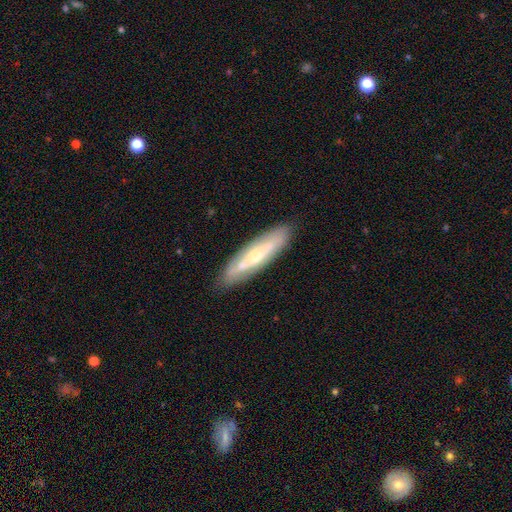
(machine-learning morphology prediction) This appears to be a featured or disk galaxy (60%). Merging: none (83%).